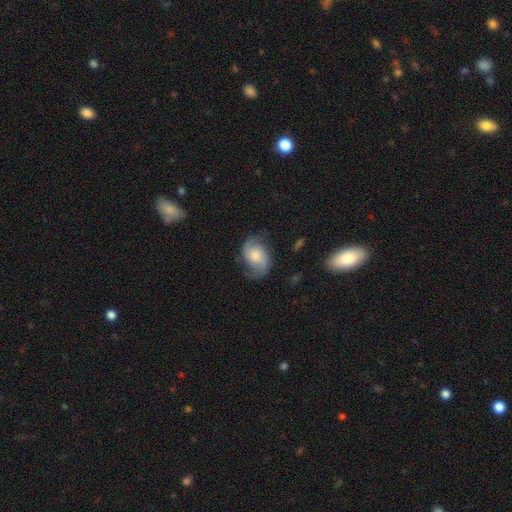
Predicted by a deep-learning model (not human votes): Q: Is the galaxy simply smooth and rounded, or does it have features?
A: featured or disk — 71%.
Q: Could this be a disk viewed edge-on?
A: no — 97%.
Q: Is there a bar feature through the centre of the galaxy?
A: no — 65%.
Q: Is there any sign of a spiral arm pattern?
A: yes — 94%.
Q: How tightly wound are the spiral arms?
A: medium — 43%.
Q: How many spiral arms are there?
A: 2 — 89%.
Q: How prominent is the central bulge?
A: moderate — 46%.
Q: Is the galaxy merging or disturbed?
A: none — 67%.